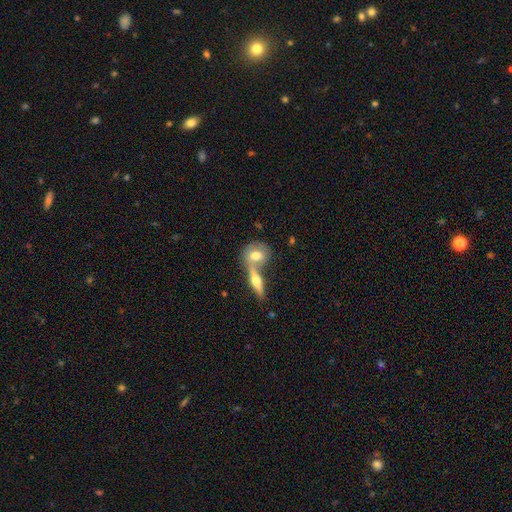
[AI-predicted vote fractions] smooth-or-featured: smooth: 53% | featured or disk: 41% | star or artifact: 6%
  how-rounded: in between: 49% | round: 39% | cigar-shaped: 11%
  merging: merger: 46% | none: 41% | minor disturbance: 9% | major disturbance: 4%